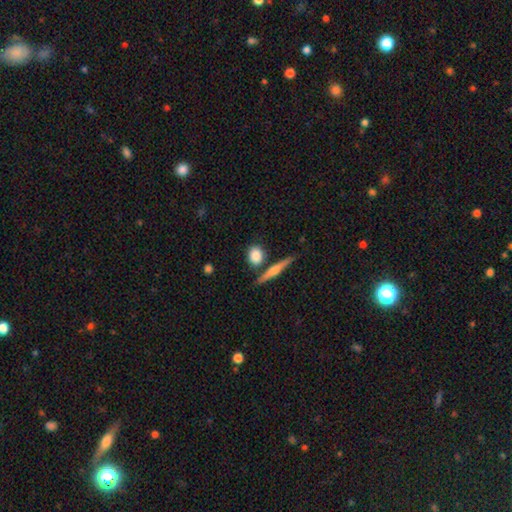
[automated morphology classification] Smooth or featured? smooth (81%)
How rounded? round (62%)
Merging? none (73%)